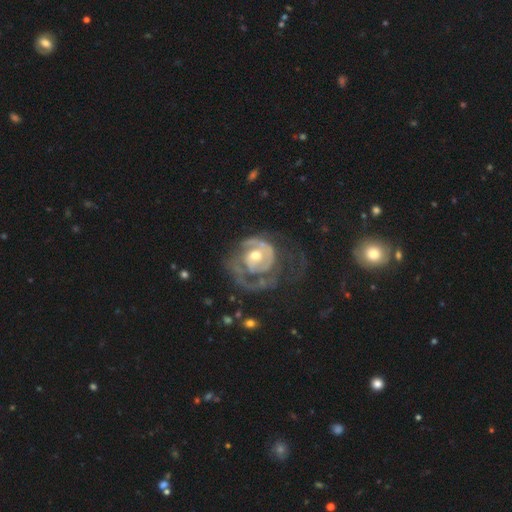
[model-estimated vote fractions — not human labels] smooth_or_featured: featured or disk (p=0.82) [alt: smooth p=0.13]
disk_edge_on: no (p=0.98) [alt: yes p=0.02]
bar: no (p=0.71) [alt: weak p=0.24]
has_spiral_arms: yes (p=0.83) [alt: no p=0.17]
spiral_winding: tight (p=0.50) [alt: medium p=0.32]
spiral_arm_count: 1 (p=0.32) [alt: 2 p=0.30]
bulge_size: moderate (p=0.67) [alt: small p=0.20]
merging: major disturbance (p=0.40) [alt: none p=0.39]